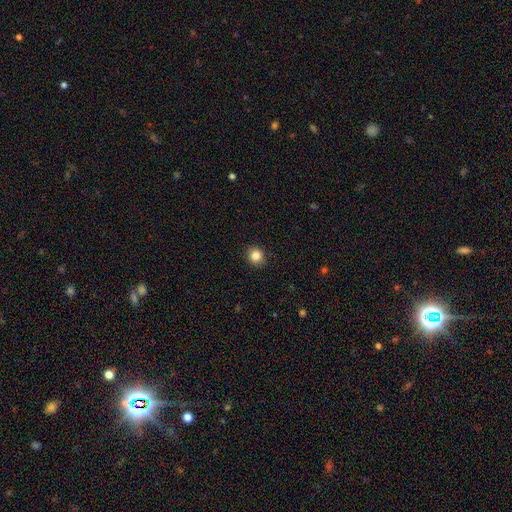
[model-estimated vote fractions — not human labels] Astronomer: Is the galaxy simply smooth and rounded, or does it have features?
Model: smooth — 84%.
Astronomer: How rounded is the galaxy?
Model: round — 85%.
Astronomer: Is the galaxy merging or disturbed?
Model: none — 91%.